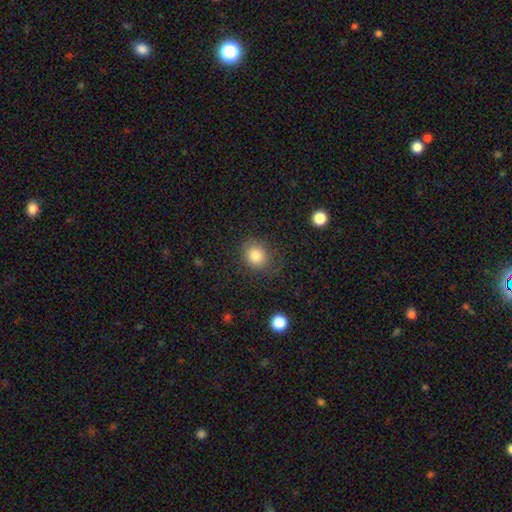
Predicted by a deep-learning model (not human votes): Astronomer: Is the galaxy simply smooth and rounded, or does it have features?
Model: smooth — 83%.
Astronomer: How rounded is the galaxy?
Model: round — 73%.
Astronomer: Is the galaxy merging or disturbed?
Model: none — 79%.